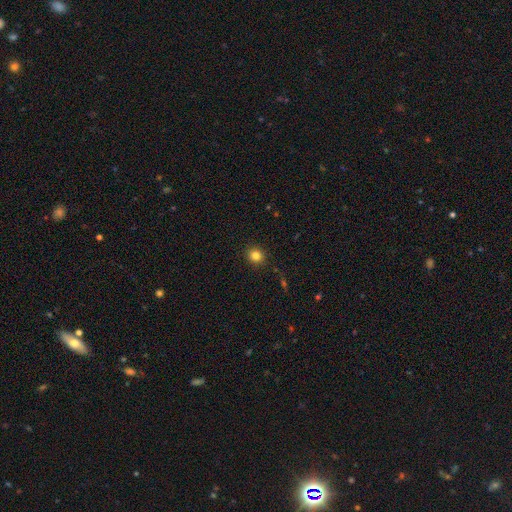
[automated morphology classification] Smooth or featured? Predicted: smooth (p=0.82). How rounded? Predicted: round (p=0.86). Merging? Predicted: none (p=0.91).